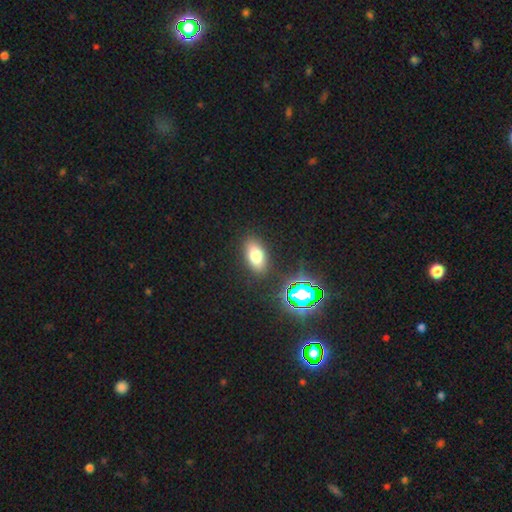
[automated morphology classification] This appears to be a smooth galaxy with no disk features (72%) that is in between round and cigar-shaped (87%). Merging: none (87%).